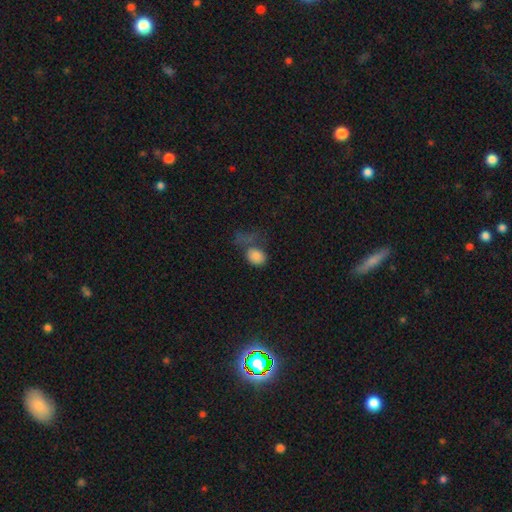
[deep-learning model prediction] smooth-or-featured: smooth: 81% | star or artifact: 12% | featured or disk: 7%
  how-rounded: in between: 61% | round: 37% | cigar-shaped: 2%
  merging: none: 37% | major disturbance: 26% | minor disturbance: 19% | merger: 17%